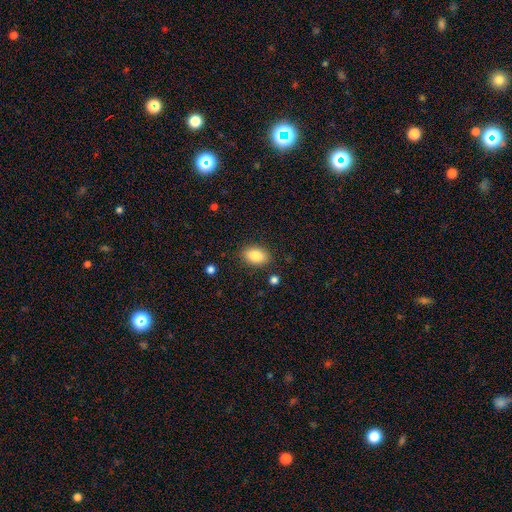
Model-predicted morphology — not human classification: Overall: smooth (85%). How rounded: in between (85%). Merging: none (85%).